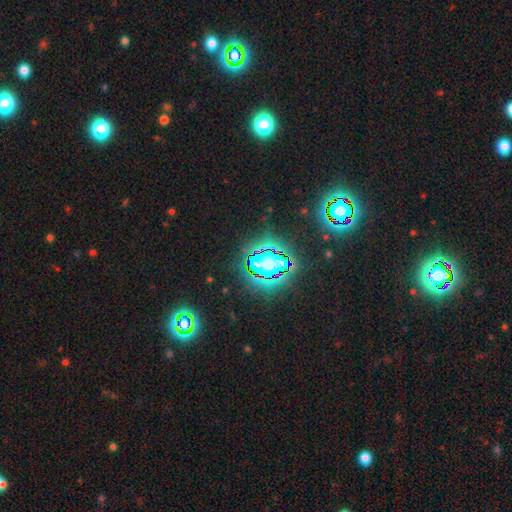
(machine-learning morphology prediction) This appears to be a star or artifact, not a galaxy (83%).